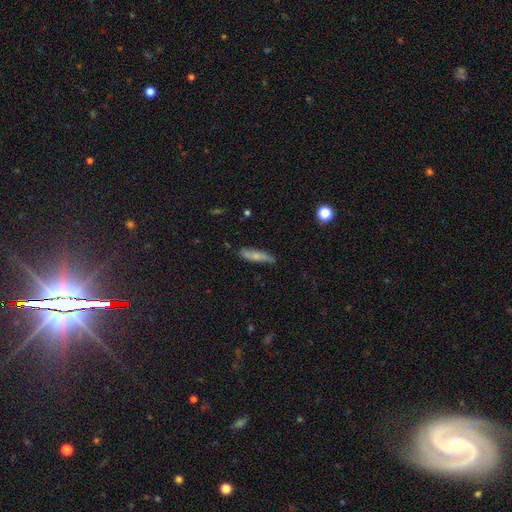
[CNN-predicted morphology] type=smooth (62%); roundness=cigar-shaped (73%); merging=none (73%).